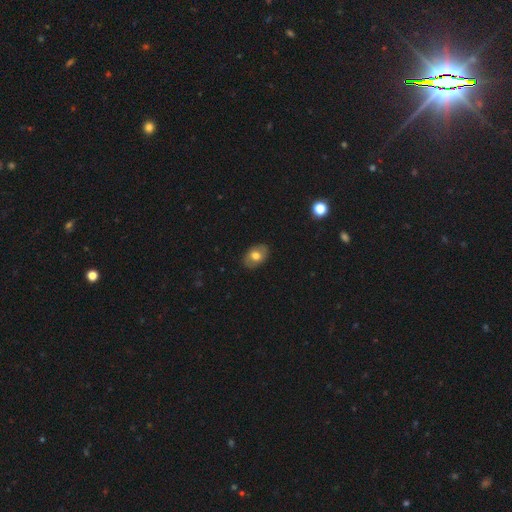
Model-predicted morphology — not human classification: This is likely a smooth galaxy (68%). How rounded: likely in between (80%). Merging: clearly none (85%).